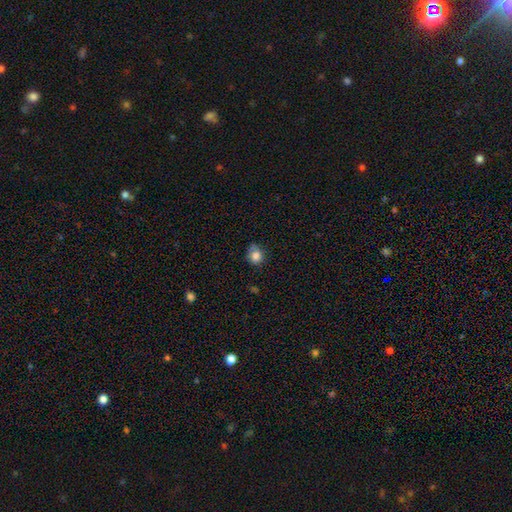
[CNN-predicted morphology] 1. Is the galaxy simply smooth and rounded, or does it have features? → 82% smooth, 11% star or artifact, 8% featured or disk.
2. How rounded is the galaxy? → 72% round, 27% in between, 1% cigar-shaped.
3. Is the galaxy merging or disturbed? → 58% none, 30% minor disturbance, 8% major disturbance, 4% merger.